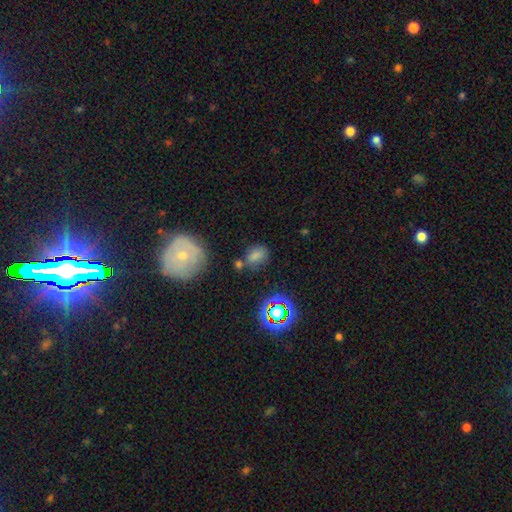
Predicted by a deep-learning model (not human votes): Morphology: type=smooth (70%); roundness=in between (71%); merging=none (59%).